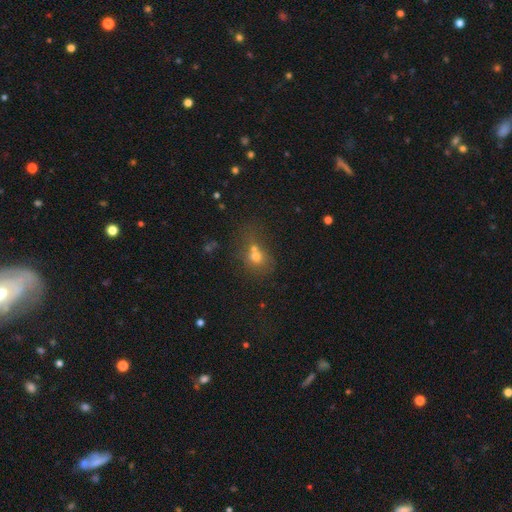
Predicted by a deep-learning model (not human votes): Smooth or featured? smooth (62%)
How rounded? round (67%)
Merging? merger (55%)